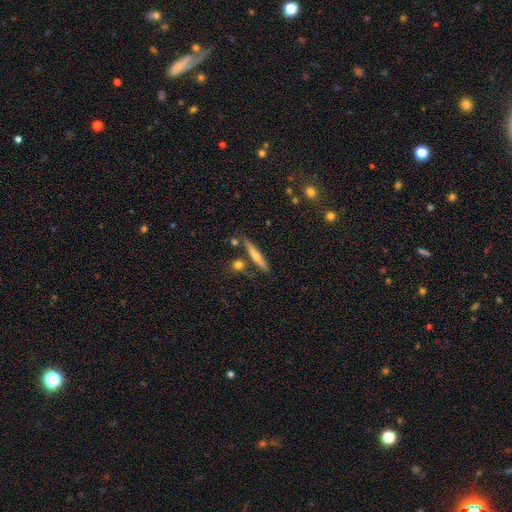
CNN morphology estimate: This appears to be a smooth galaxy with no disk features (47%). Merging: none (78%).